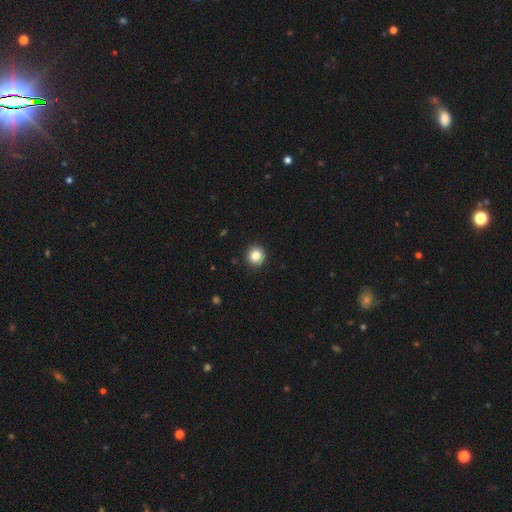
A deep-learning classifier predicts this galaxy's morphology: Q: Smooth or featured?
A: smooth (83%); runner-up: star or artifact (11%)
Q: How rounded?
A: round (94%); runner-up: in between (5%)
Q: Merging?
A: none (93%); runner-up: minor disturbance (4%)